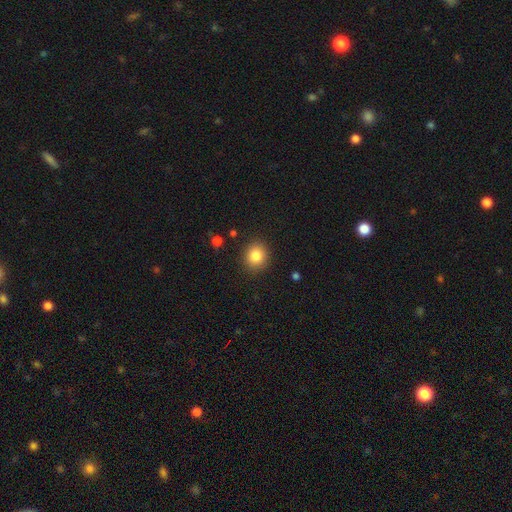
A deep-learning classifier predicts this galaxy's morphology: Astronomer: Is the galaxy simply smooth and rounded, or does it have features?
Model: smooth — 84%.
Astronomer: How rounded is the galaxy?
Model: round — 84%.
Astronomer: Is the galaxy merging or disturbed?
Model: none — 89%.